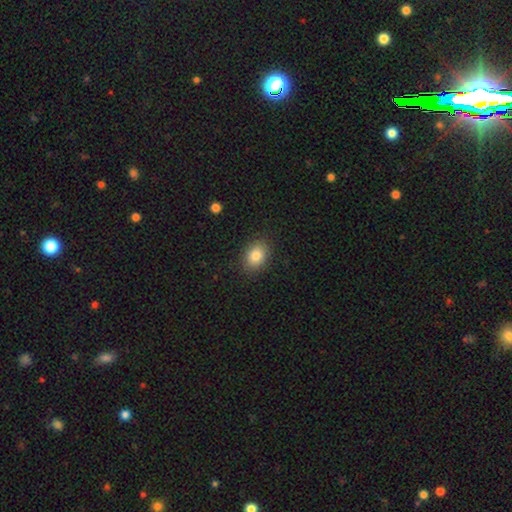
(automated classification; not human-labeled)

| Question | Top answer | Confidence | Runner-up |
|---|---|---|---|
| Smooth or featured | smooth | 84% | star or artifact (9%) |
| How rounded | in between | 75% | round (24%) |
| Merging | none | 87% | minor disturbance (9%) |